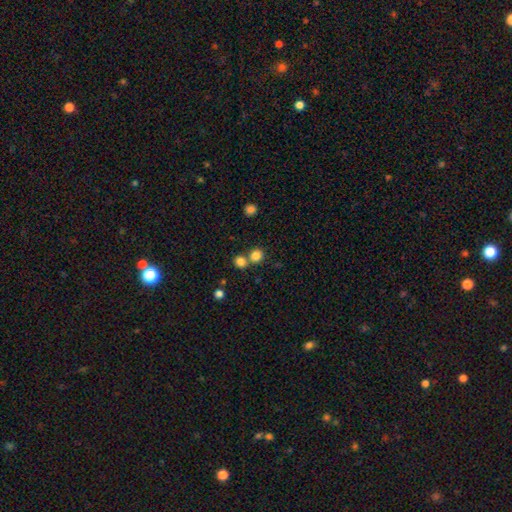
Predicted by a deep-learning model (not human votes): smooth_or_featured: smooth (p=0.82) [alt: star or artifact p=0.13]
how_rounded: round (p=0.89) [alt: in between p=0.10]
merging: none (p=0.62) [alt: merger p=0.31]